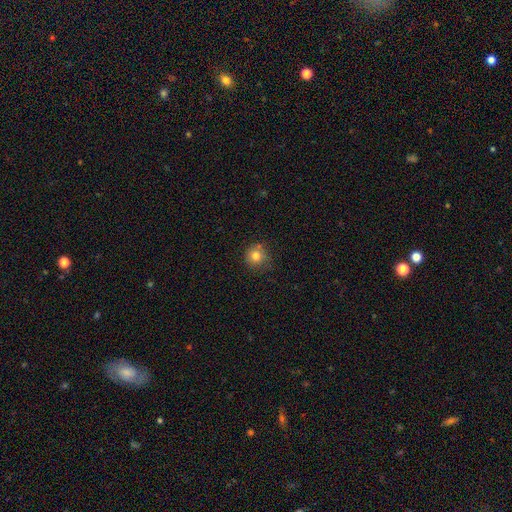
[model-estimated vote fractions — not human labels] A smooth galaxy with no disk features (80%) that is round (91%).

Vote fractions:
- Smooth or featured? smooth: 80% / star or artifact: 12% / featured or disk: 8%
- How rounded? round: 91% / in between: 8% / cigar-shaped: 1%
- Merging? none: 71% / minor disturbance: 19% / merger: 5% / major disturbance: 5%